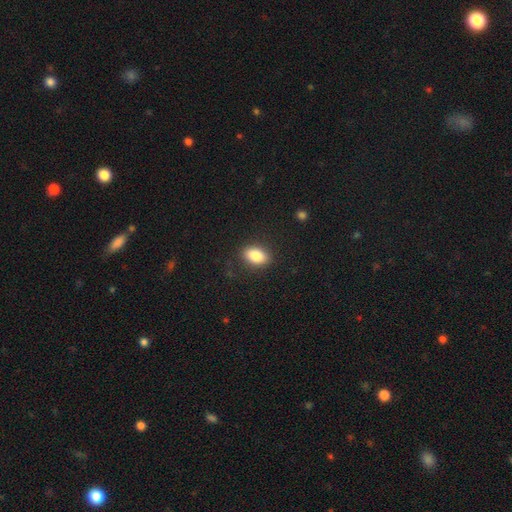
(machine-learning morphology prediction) Q: Smooth or featured?
A: smooth (85%); runner-up: star or artifact (8%)
Q: How rounded?
A: in between (86%); runner-up: round (13%)
Q: Merging?
A: none (86%); runner-up: minor disturbance (10%)